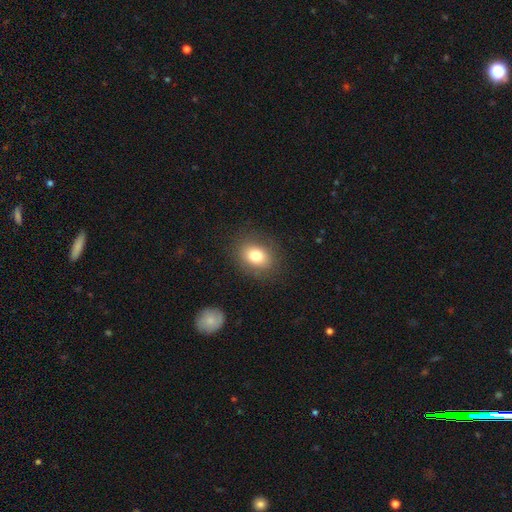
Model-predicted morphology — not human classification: smooth 79%, featured or disk 11%, star or artifact 10%. Down the decision tree: how rounded — in between (53%); merging — none (84%).